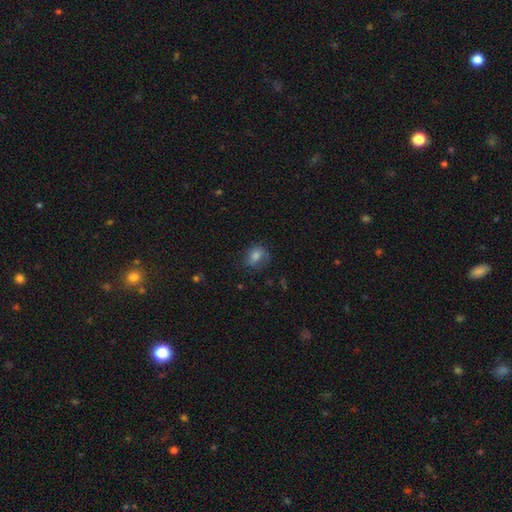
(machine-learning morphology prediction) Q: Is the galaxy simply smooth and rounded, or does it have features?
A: smooth — 71%.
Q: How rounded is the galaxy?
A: in between — 56%.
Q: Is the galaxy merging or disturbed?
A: none — 62%.